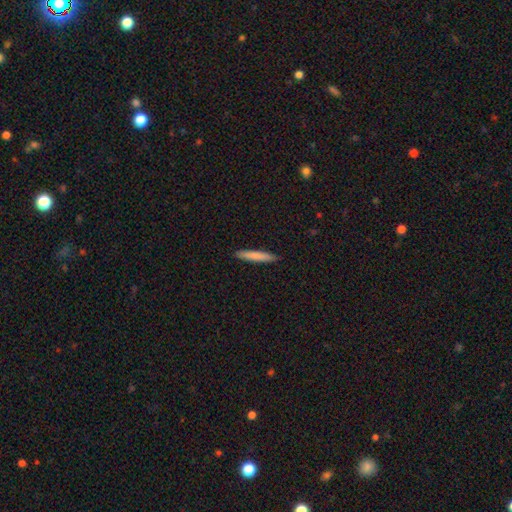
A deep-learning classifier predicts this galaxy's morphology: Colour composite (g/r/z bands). It shows a smooth galaxy with no disk features (79%) that is cigar-shaped (94%). Merging: none (91%).